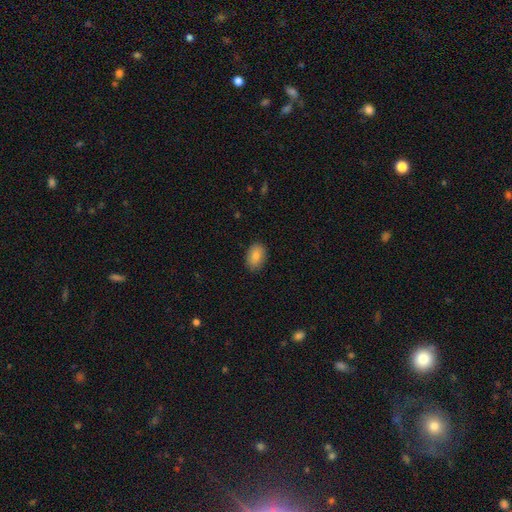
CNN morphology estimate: This appears to be a smooth galaxy with no disk features (86%) that is in between round and cigar-shaped (87%). Merging: none (88%).